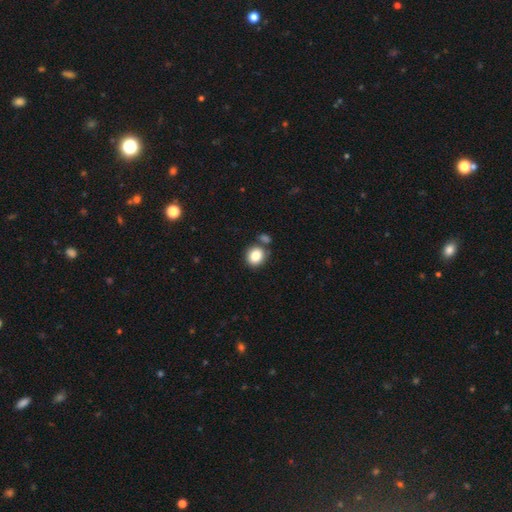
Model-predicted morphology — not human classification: smooth 84%, star or artifact 9%, featured or disk 7%. Down the decision tree: how rounded — round (75%); merging — none (70%).